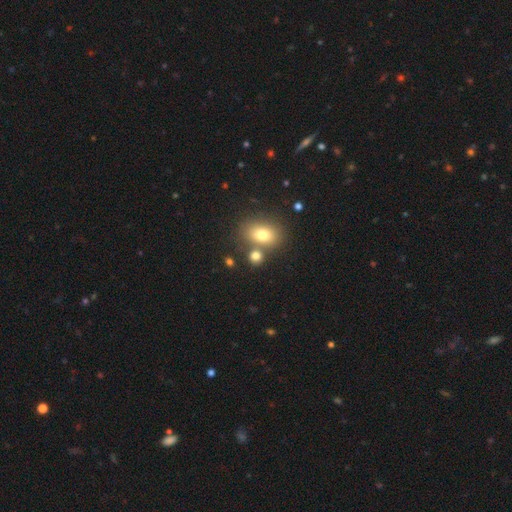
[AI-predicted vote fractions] Overall: smooth (77%). How rounded: round (57%; in between 41%). Merging: none (61%; merger 25%).